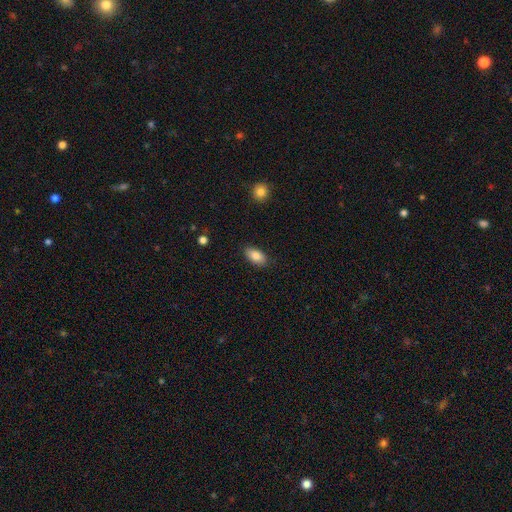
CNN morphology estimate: type=smooth (85%); roundness=in between (92%); merging=none (86%).